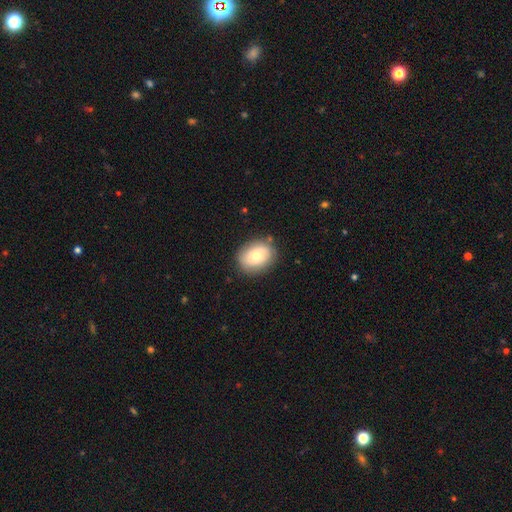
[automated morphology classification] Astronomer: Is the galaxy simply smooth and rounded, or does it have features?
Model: smooth — 73%.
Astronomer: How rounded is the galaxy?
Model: in between — 57% (runner-up: round, 42%).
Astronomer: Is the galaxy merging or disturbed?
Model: none — 82%.